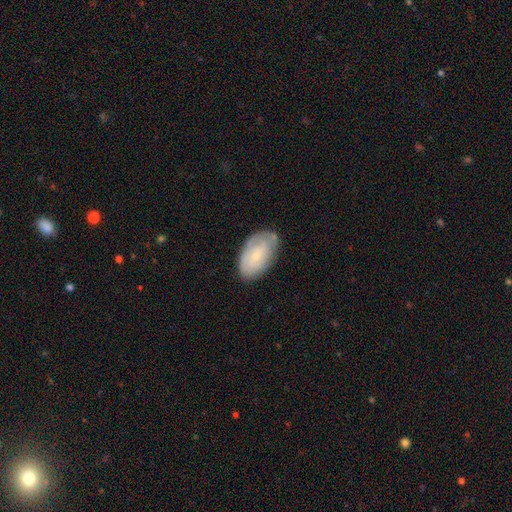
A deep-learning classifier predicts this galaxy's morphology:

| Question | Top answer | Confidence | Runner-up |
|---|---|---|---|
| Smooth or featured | smooth | 50% | featured or disk (44%) |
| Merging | none | 70% | minor disturbance (23%) |